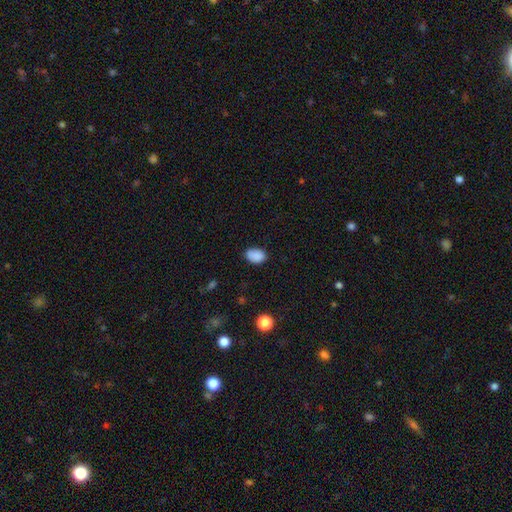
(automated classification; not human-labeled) smooth-or-featured: smooth: 88% | star or artifact: 9% | featured or disk: 4%
  how-rounded: in between: 86% | round: 13% | cigar-shaped: 1%
  merging: none: 78% | minor disturbance: 17% | major disturbance: 3% | merger: 2%